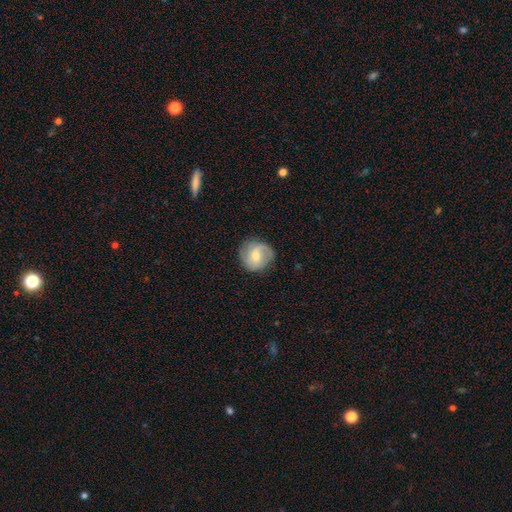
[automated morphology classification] The model was most divided on "bar": no: 45%, weak: 43%, strong: 12%. Remaining: edge-on disk — no (97%); spiral arms — yes (89%); merging — none (79%); spiral arm count — 2 (68%); smooth or featured — featured or disk (59%); bulge size — moderate (53%); spiral winding — medium (45%).